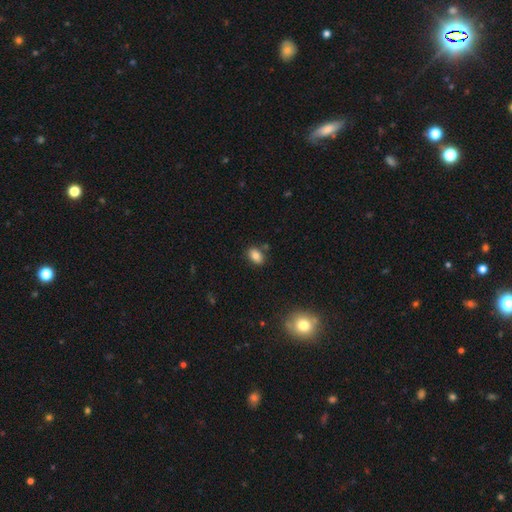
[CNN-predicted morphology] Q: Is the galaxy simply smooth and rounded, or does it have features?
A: smooth — 82%.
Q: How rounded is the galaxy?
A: in between — 85%.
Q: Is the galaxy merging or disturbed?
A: none — 81%.